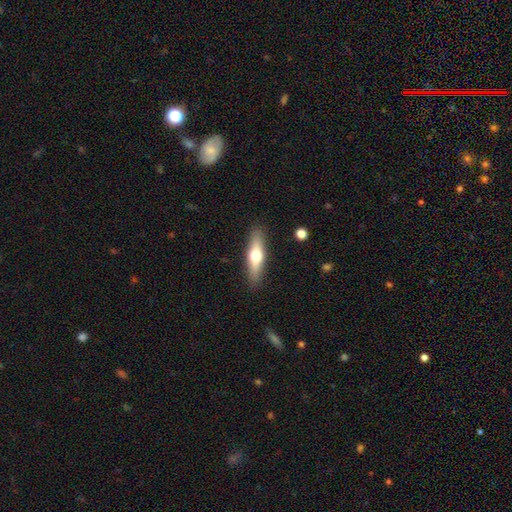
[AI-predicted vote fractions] Overall: smooth (53%; featured or disk 42%). How rounded: cigar-shaped (68%; in between 30%). Merging: none (88%).